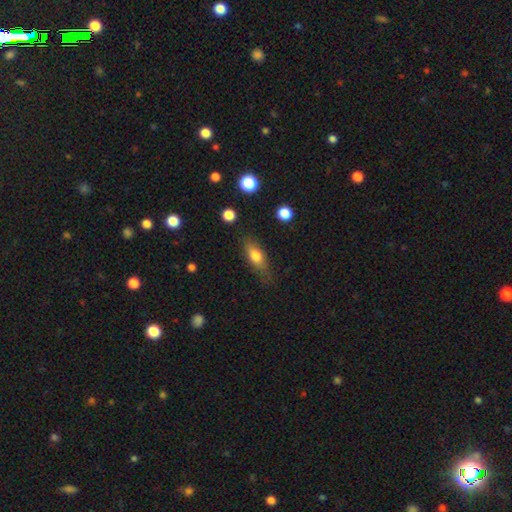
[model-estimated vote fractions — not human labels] Q: Smooth or featured?
A: smooth (69%); runner-up: featured or disk (22%)
Q: How rounded?
A: in between (68%); runner-up: cigar-shaped (25%)
Q: Merging?
A: none (70%); runner-up: minor disturbance (22%)